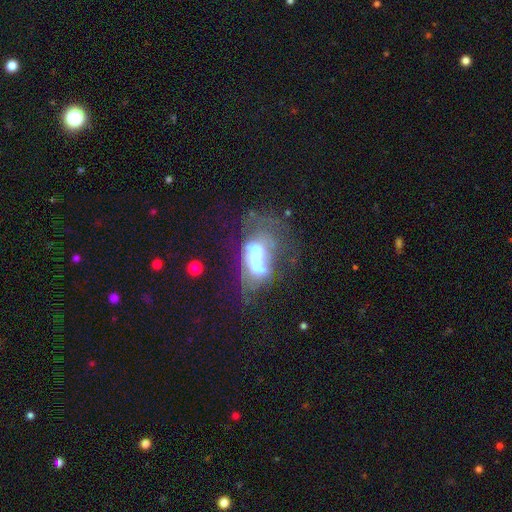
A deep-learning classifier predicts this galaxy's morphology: smooth_or_featured: featured or disk (p=0.58) [alt: smooth p=0.28]
disk_edge_on: no (p=0.92) [alt: yes p=0.08]
bar: no (p=0.52) [alt: weak p=0.26]
has_spiral_arms: no (p=0.59) [alt: yes p=0.41]
bulge_size: large (p=0.33) [alt: moderate p=0.27]
merging: major disturbance (p=0.41) [alt: none p=0.25]